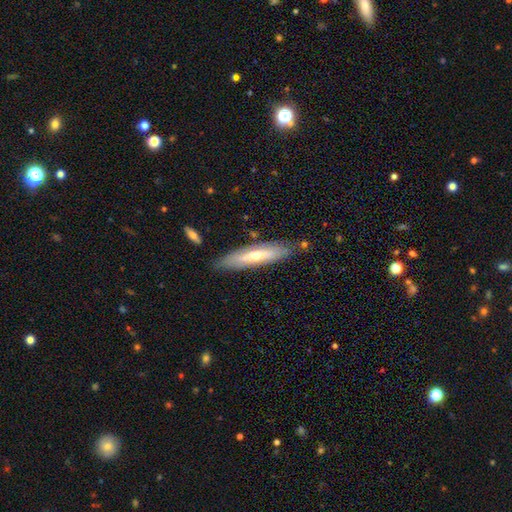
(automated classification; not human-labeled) featured or disk 49%, smooth 45%, star or artifact 6%. Down the decision tree: merging — none (81%).